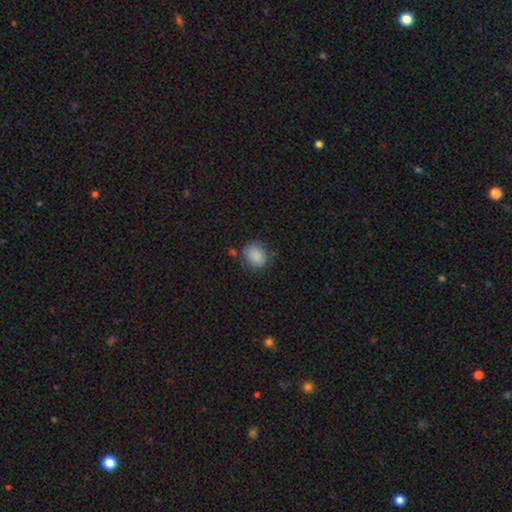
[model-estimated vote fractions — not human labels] Overall: smooth (87%). How rounded: round (56%; in between 43%). Merging: none (74%).